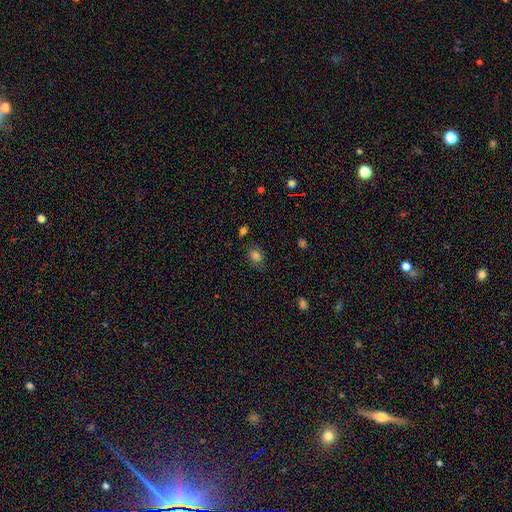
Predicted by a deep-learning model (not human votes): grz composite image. It shows a smooth galaxy with no disk features (77%) that is in between round and cigar-shaped (57%). Merging: none (70%).